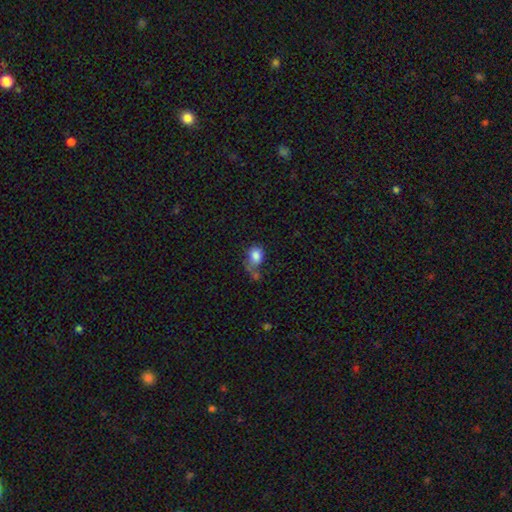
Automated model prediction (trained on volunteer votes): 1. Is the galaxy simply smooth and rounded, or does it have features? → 81% smooth, 10% featured or disk, 9% star or artifact.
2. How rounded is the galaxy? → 54% in between, 44% round, 1% cigar-shaped.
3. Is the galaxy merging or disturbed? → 33% none, 23% minor disturbance, 22% merger, 21% major disturbance.